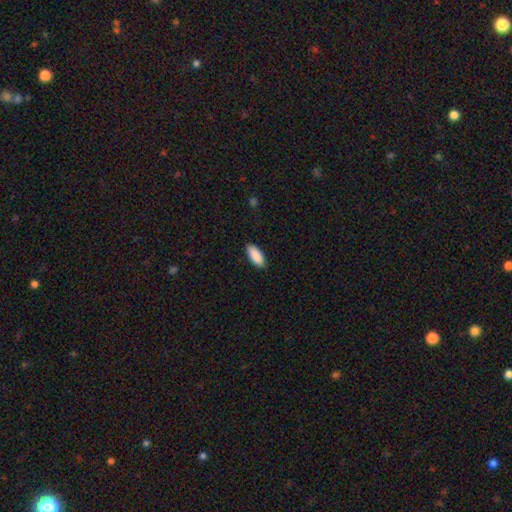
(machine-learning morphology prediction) A smooth galaxy with no disk features (91%) that is in between round and cigar-shaped (86%). Merging: none (88%).